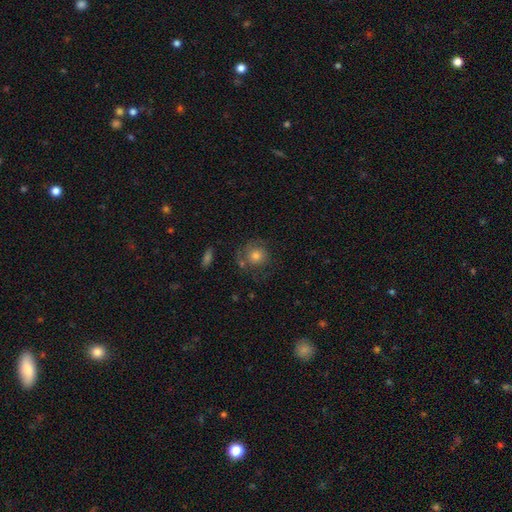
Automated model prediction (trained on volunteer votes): Overall: smooth (57%; featured or disk 31%). How rounded: round (88%). Merging: none (64%).